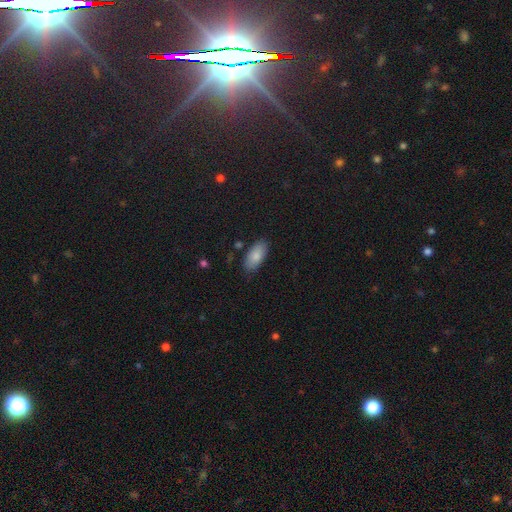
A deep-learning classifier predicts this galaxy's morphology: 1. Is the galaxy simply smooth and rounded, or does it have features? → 84% smooth, 9% featured or disk, 7% star or artifact.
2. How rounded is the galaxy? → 91% in between, 7% cigar-shaped, 2% round.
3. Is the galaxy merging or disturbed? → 82% none, 13% minor disturbance, 3% major disturbance, 2% merger.